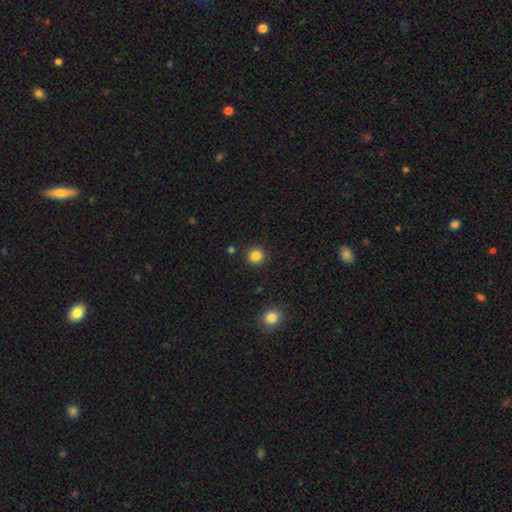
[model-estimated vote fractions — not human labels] smooth 85%, star or artifact 11%, featured or disk 4%. Down the decision tree: how rounded — round (94%); merging — none (91%).